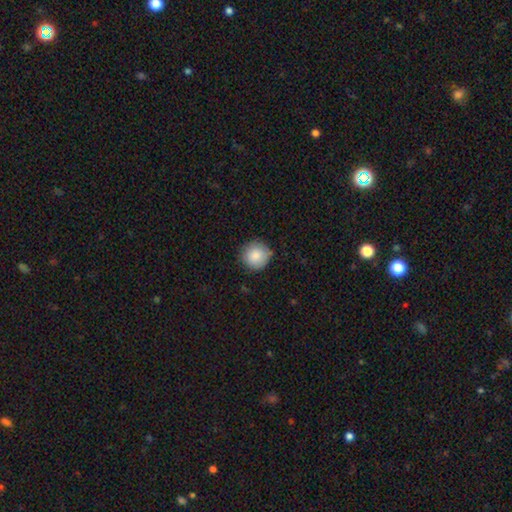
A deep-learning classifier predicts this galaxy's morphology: Q: Smooth or featured?
A: smooth (87%); runner-up: star or artifact (8%)
Q: How rounded?
A: round (94%); runner-up: in between (5%)
Q: Merging?
A: none (83%); runner-up: minor disturbance (14%)